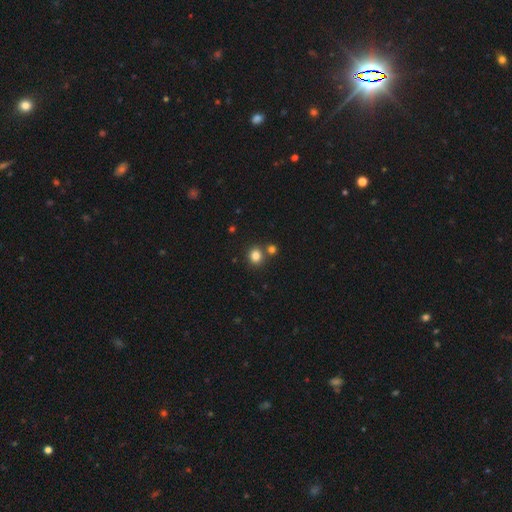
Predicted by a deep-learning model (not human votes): The model was most divided on "merging": none: 73%, merger: 17%, minor disturbance: 8%, major disturbance: 2%. More confident: smooth or featured — smooth (82%); how rounded — round (81%).